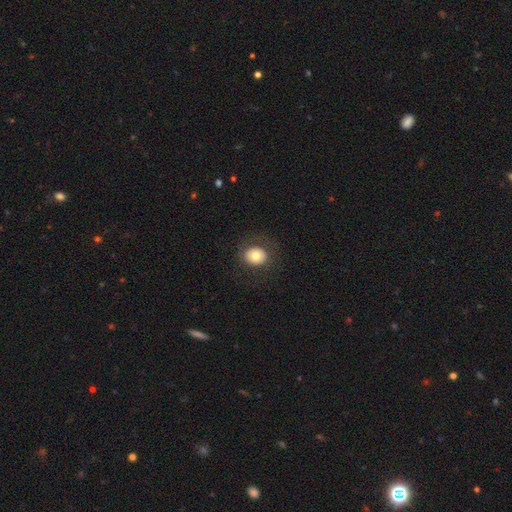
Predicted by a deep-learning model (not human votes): smooth_or_featured: smooth (p=0.68) [alt: featured or disk p=0.23]
how_rounded: round (p=0.76) [alt: in between p=0.23]
merging: none (p=0.82) [alt: minor disturbance p=0.10]